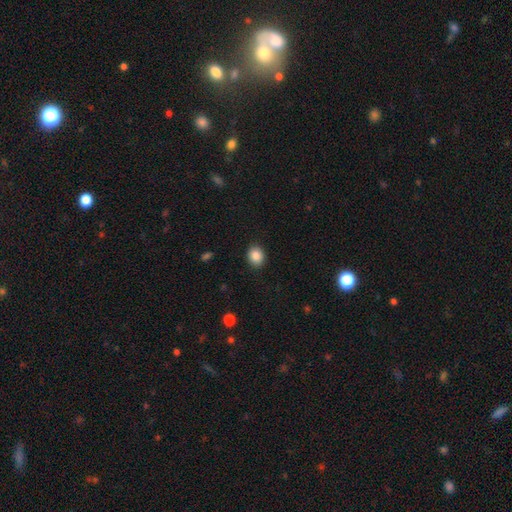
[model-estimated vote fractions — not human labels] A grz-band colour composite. It shows a smooth galaxy with no disk features (86%) that is round (59%). Merging: none (90%).